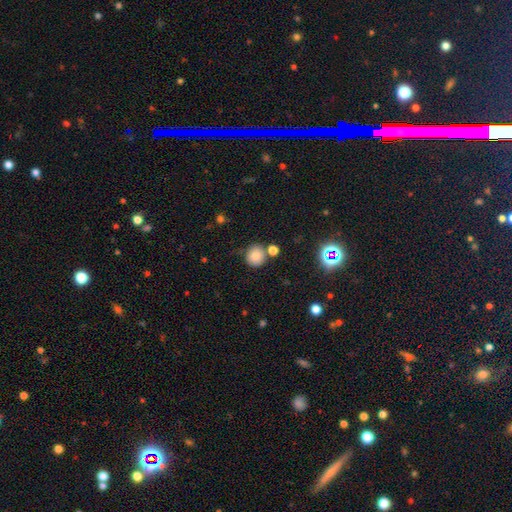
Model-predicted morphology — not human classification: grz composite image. It shows a smooth galaxy with no disk features (81%) that is round (88%). Merging: none (71%).